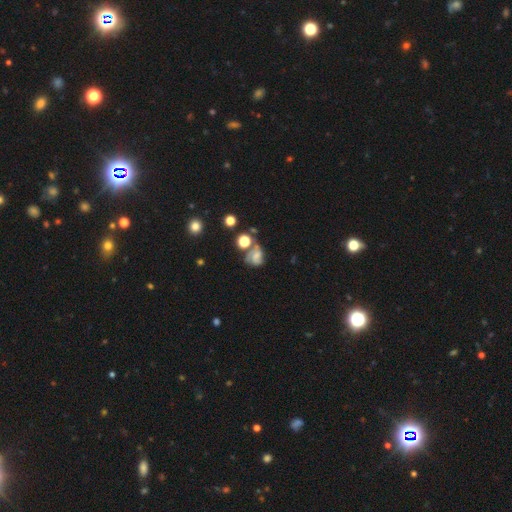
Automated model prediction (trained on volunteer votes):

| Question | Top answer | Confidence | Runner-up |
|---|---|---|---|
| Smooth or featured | featured or disk | 51% | smooth (34%) |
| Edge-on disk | no | 97% | yes (3%) |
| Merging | none | 40% | merger (23%) |